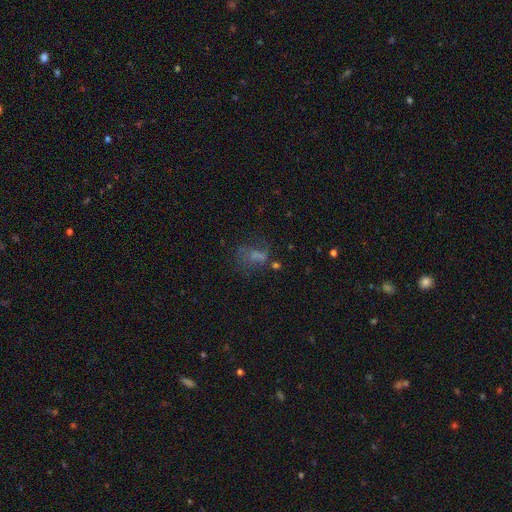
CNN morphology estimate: smooth 47%, featured or disk 30%, star or artifact 23%. Down the decision tree: merging — none (38%).